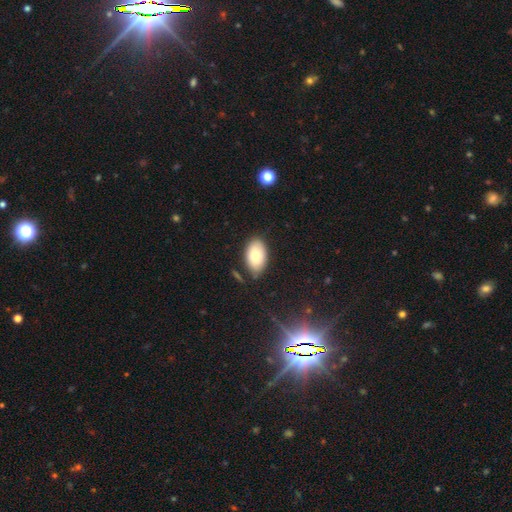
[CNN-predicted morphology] Overall: smooth (81%). How rounded: in between (93%). Merging: none (79%).